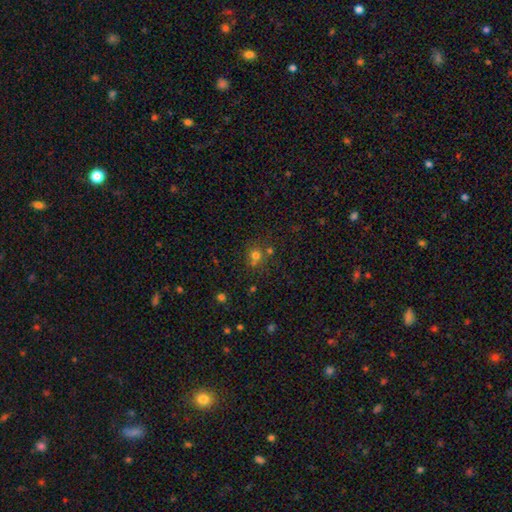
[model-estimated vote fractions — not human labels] Overall: smooth (70%). How rounded: round (87%). Merging: none (61%; merger 25%).